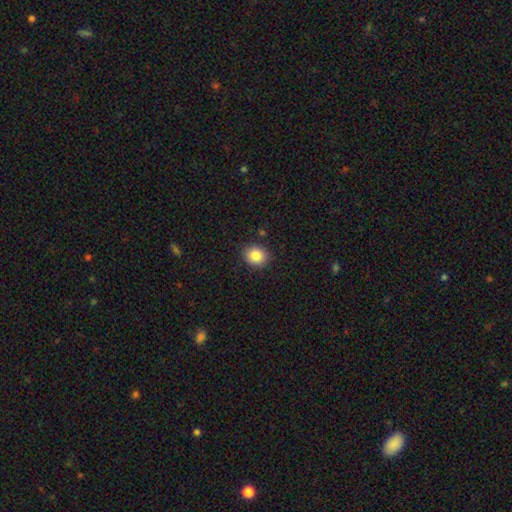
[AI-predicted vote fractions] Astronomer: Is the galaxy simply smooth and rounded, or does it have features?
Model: smooth — 85%.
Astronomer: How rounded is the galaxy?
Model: round — 69%.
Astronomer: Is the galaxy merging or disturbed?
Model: none — 88%.